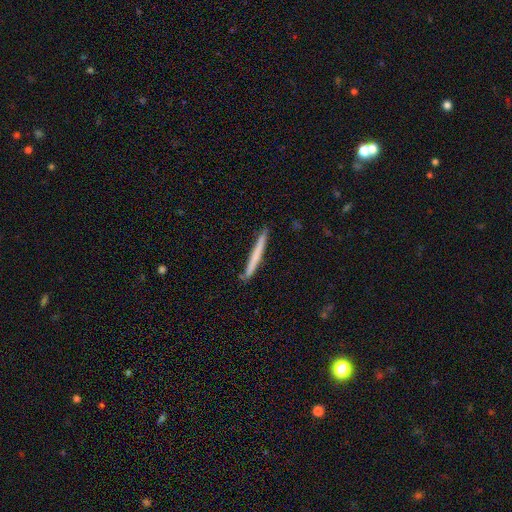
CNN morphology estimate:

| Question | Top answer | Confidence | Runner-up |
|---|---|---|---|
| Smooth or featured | smooth | 62% | featured or disk (32%) |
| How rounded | cigar-shaped | 97% | in between (2%) |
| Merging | none | 90% | minor disturbance (7%) |